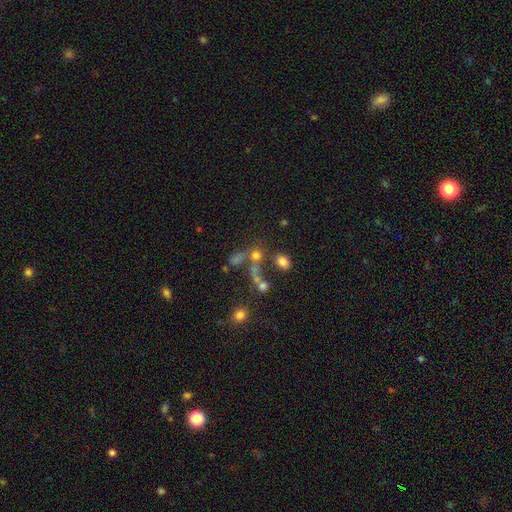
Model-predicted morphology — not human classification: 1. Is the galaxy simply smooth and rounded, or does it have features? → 66% smooth, 20% star or artifact, 15% featured or disk.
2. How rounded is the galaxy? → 66% round, 31% in between, 3% cigar-shaped.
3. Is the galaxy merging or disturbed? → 45% none, 35% merger, 11% major disturbance, 10% minor disturbance.